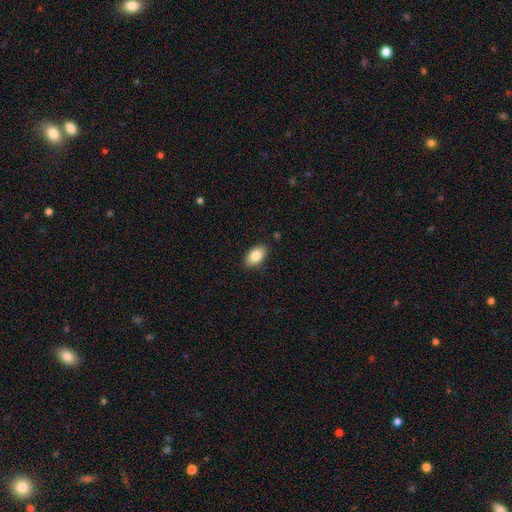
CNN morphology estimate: smooth_or_featured: smooth (p=0.84) [alt: featured or disk p=0.09]
how_rounded: in between (p=0.93) [alt: round p=0.06]
merging: none (p=0.87) [alt: minor disturbance p=0.10]